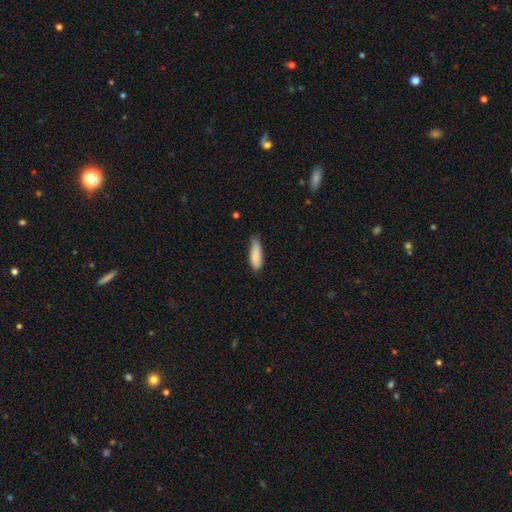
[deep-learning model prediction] Smooth or featured? smooth (86%)
How rounded? in between (51%)
Merging? none (62%)